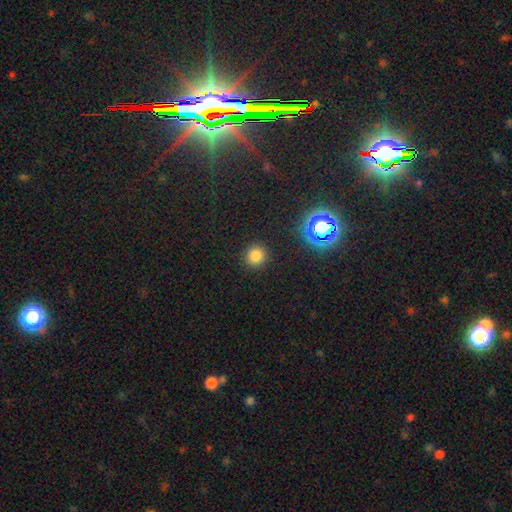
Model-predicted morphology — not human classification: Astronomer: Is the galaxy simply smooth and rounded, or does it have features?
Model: smooth — 79%.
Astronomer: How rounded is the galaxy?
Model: round — 92%.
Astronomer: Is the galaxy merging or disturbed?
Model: none — 90%.